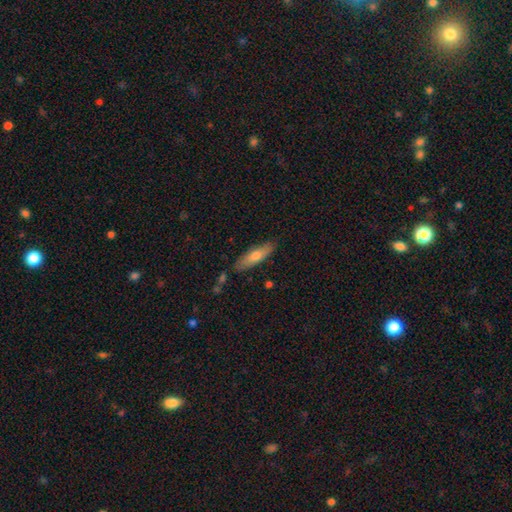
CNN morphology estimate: Q: Smooth or featured?
A: smooth (60%); runner-up: featured or disk (34%)
Q: How rounded?
A: cigar-shaped (68%); runner-up: in between (30%)
Q: Merging?
A: none (83%); runner-up: minor disturbance (12%)